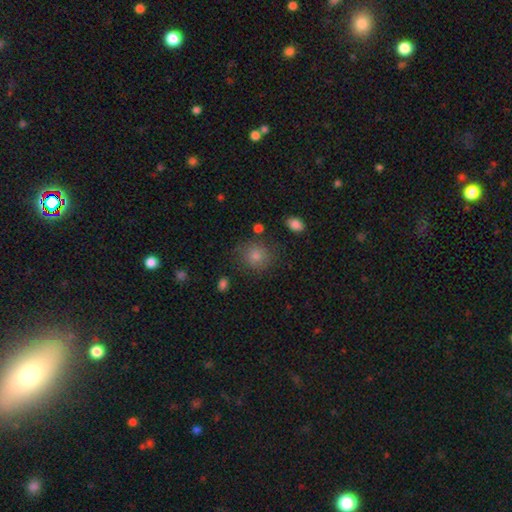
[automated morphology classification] Overall: smooth (72%). How rounded: round (86%). Merging: none (81%).